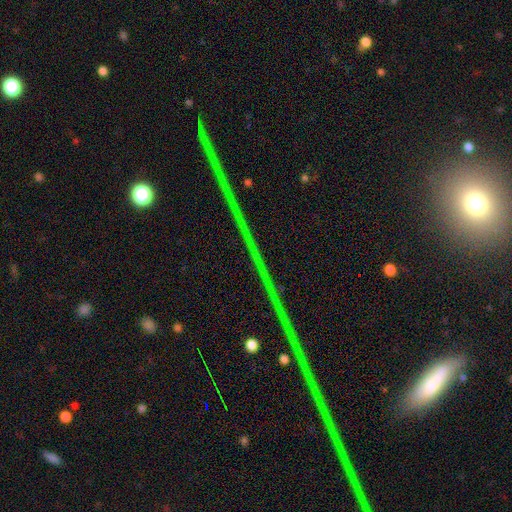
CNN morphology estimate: A star or artifact, not a galaxy (82%).